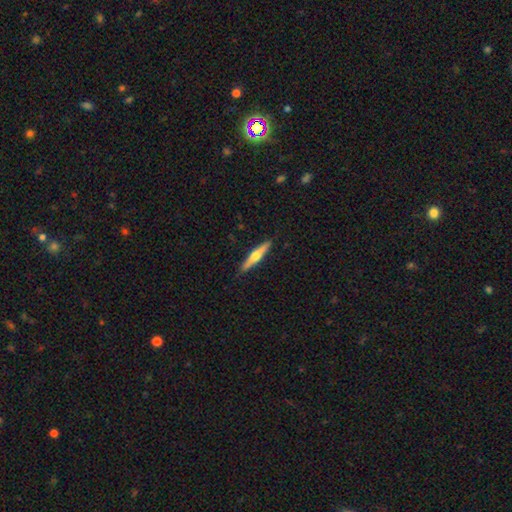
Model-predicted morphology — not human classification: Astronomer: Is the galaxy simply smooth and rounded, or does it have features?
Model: featured or disk — 62%.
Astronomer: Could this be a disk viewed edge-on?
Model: yes — 97%.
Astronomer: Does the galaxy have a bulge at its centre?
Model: rounded — 93%.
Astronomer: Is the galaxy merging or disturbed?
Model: none — 90%.